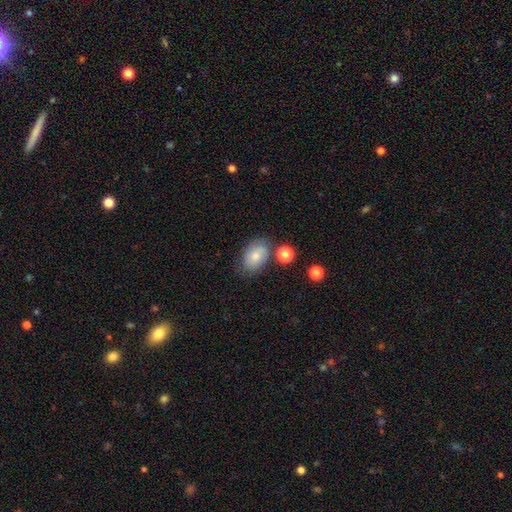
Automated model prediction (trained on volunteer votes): This is likely a smooth galaxy (76%). How rounded: clearly in between (86%). Merging: likely none (71%).